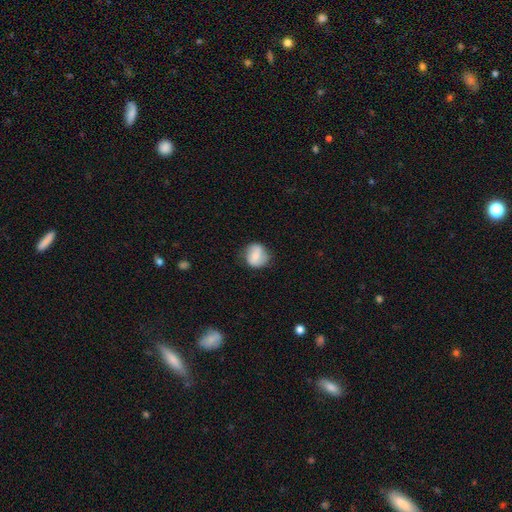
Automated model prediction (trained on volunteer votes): This appears to be a smooth galaxy with no disk features (60%) that is round (78%). Merging: none (67%).